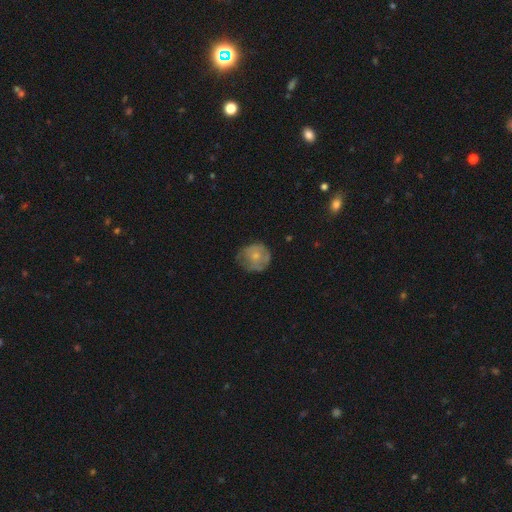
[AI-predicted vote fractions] Overall: smooth (60%; featured or disk 32%). How rounded: round (84%). Merging: none (59%; minor disturbance 28%).